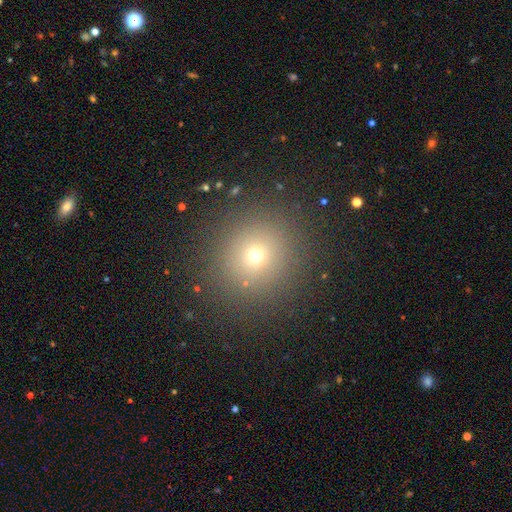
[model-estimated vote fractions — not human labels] Smooth or featured?
  - smooth: 65% *
  - star or artifact: 25%
  - featured or disk: 10%
How rounded?
  - round: 92% *
  - in between: 7%
  - cigar-shaped: 1%
Merging?
  - none: 88% *
  - minor disturbance: 6%
  - major disturbance: 3%
  - merger: 2%